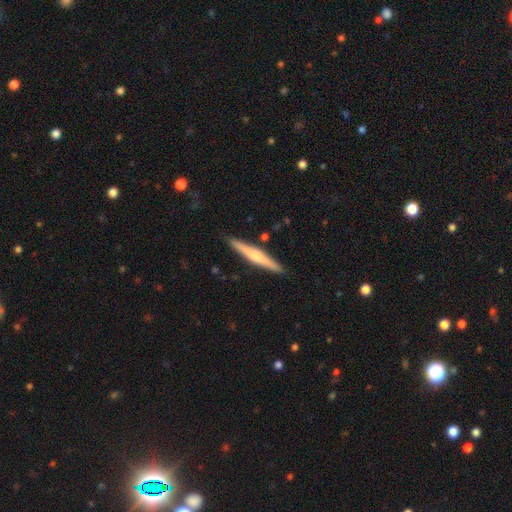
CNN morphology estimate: A featured or disk galaxy (52%) viewed edge-on (97%) with a rounded central bulge (68%). Merging: none (90%).